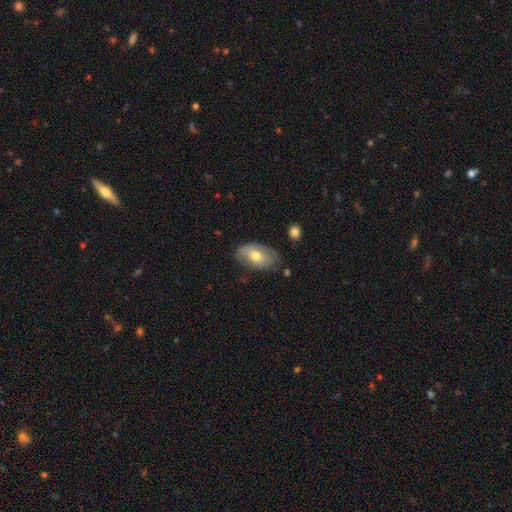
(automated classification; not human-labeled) A smooth galaxy with no disk features (64%) that is in between round and cigar-shaped (90%). Merging: none (67%).